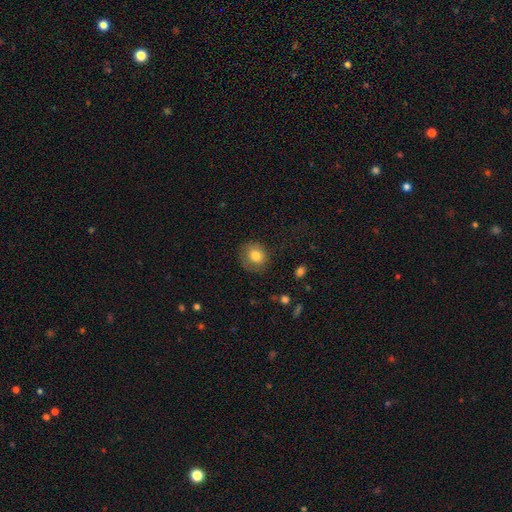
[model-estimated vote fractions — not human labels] This is likely a smooth galaxy (80%). How rounded: likely round (79%). Merging: likely none (78%).